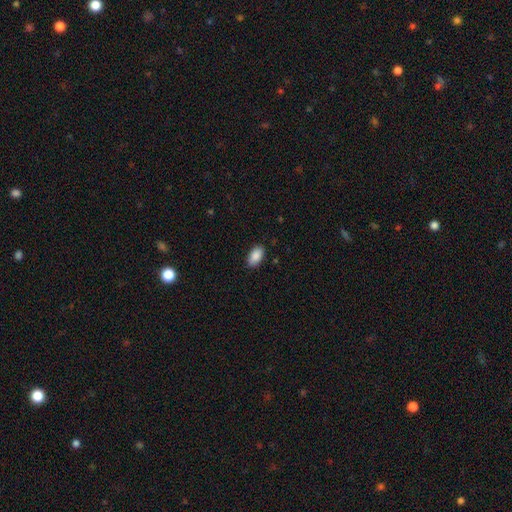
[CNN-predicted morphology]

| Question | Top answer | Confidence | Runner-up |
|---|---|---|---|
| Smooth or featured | smooth | 89% | star or artifact (7%) |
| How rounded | in between | 94% | round (4%) |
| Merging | none | 87% | minor disturbance (10%) |